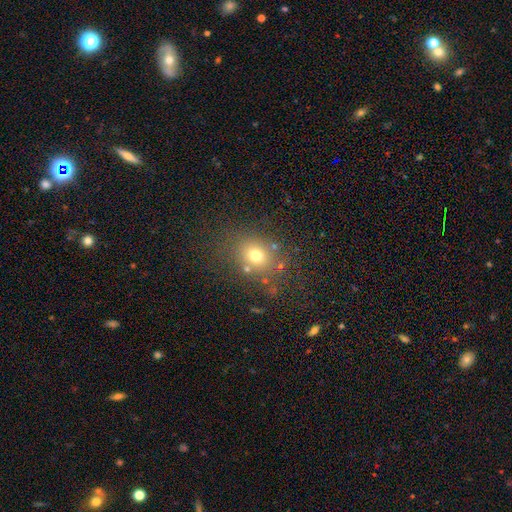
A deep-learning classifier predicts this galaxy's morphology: smooth-or-featured: smooth: 70% | star or artifact: 18% | featured or disk: 12%
  how-rounded: round: 65% | in between: 34% | cigar-shaped: 1%
  merging: none: 75% | minor disturbance: 13% | major disturbance: 7% | merger: 5%